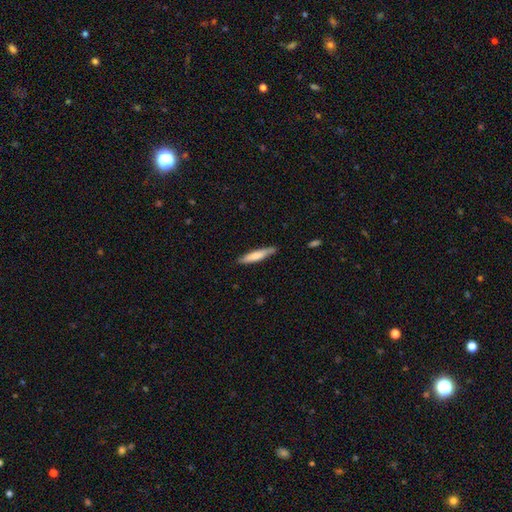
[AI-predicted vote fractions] smooth-or-featured: smooth: 71% | featured or disk: 24% | star or artifact: 5%
  how-rounded: cigar-shaped: 86% | in between: 12% | round: 1%
  merging: none: 81% | minor disturbance: 15% | major disturbance: 2% | merger: 2%